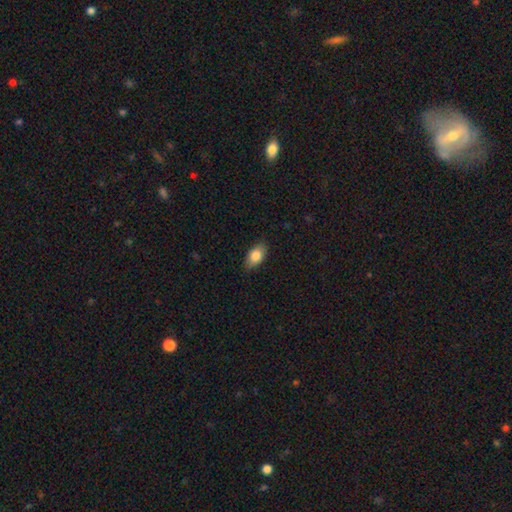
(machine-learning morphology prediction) Smooth or featured?
  - smooth: 82% *
  - featured or disk: 11%
  - star or artifact: 7%
How rounded?
  - in between: 89% *
  - round: 6%
  - cigar-shaped: 4%
Merging?
  - none: 83% *
  - minor disturbance: 13%
  - major disturbance: 3%
  - merger: 1%